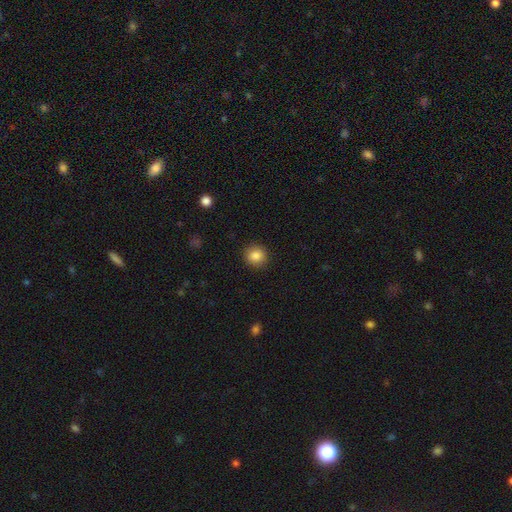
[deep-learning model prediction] Smooth or featured? Predicted: smooth (p=0.86). How rounded? Predicted: round (p=0.89). Merging? Predicted: none (p=0.91).